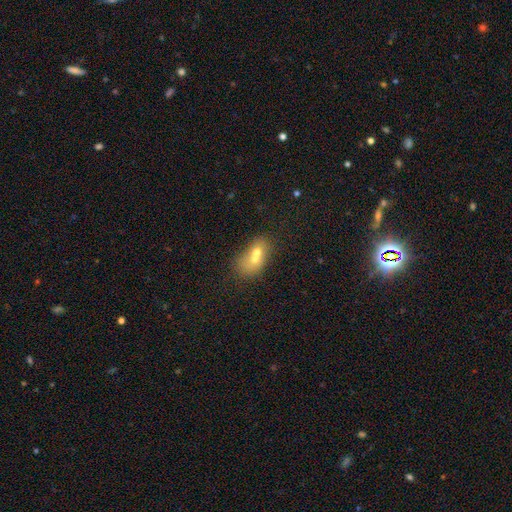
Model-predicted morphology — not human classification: Q: Smooth or featured?
A: smooth (60%); runner-up: featured or disk (29%)
Q: How rounded?
A: in between (66%); runner-up: round (32%)
Q: Merging?
A: merger (71%); runner-up: none (18%)